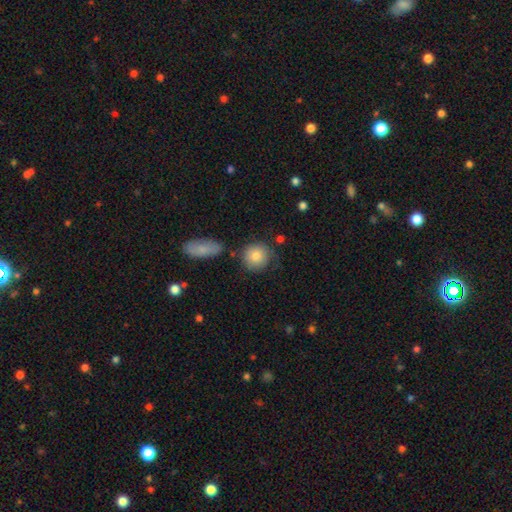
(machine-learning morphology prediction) smooth 83%, featured or disk 10%, star or artifact 7%. Down the decision tree: how rounded — round (88%); merging — none (69%).